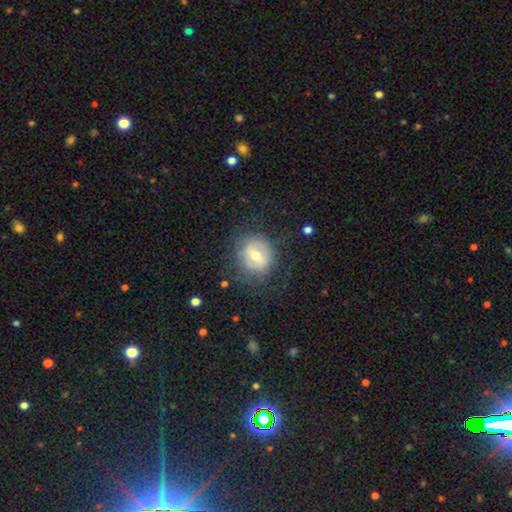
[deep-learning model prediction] Overall: featured or disk (47%; smooth 44%). Merging: none (68%).